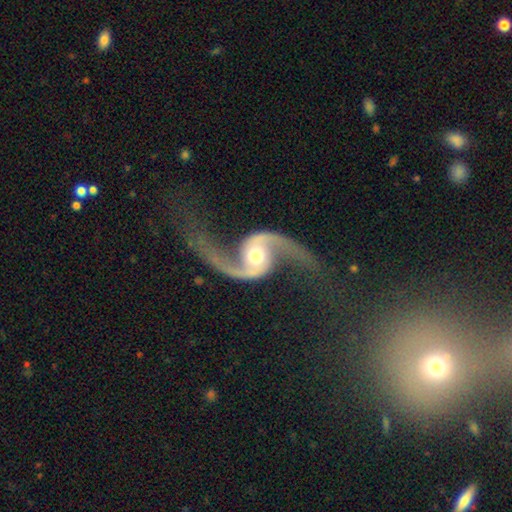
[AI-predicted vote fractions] smooth-or-featured: featured or disk: 94% | star or artifact: 4% | smooth: 3%
  disk-edge-on: no: 98% | yes: 2%
    bar: no: 56% | weak: 29% | strong: 15%
    has-spiral-arms: yes: 98% | no: 2%
      spiral-winding: loose: 84% | medium: 12% | tight: 4%
      spiral-arm-count: 2: 95% | 1: 1% | can't tell: 1% | 3: 1% | more than 4: 1% | 4: 1%
    bulge-size: moderate: 70% | small: 18% | large: 9% | dominant: 2% | none: 2%
  merging: none: 75% | minor disturbance: 12% | major disturbance: 10% | merger: 3%